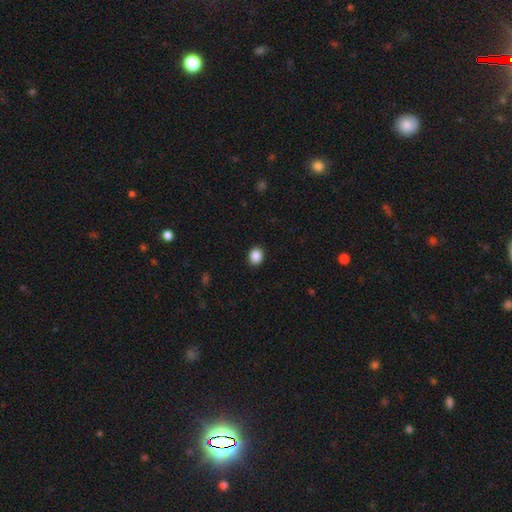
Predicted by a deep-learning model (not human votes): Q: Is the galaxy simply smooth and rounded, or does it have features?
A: smooth — 88%.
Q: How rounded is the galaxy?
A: round — 64%.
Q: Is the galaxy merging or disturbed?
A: none — 91%.